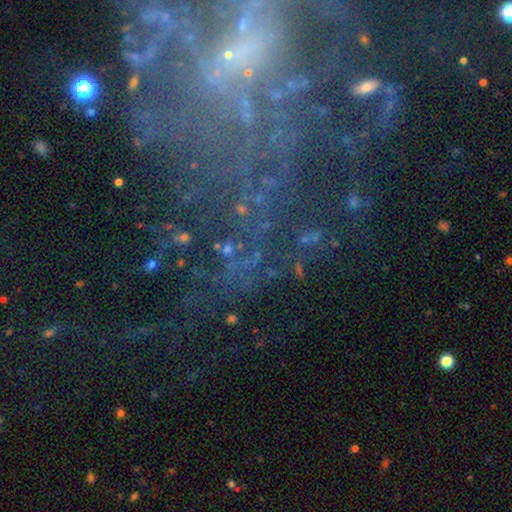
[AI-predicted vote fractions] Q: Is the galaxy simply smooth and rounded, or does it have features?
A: featured or disk — 53%.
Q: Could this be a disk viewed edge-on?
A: no — 93%.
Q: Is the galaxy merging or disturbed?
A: none — 60%.